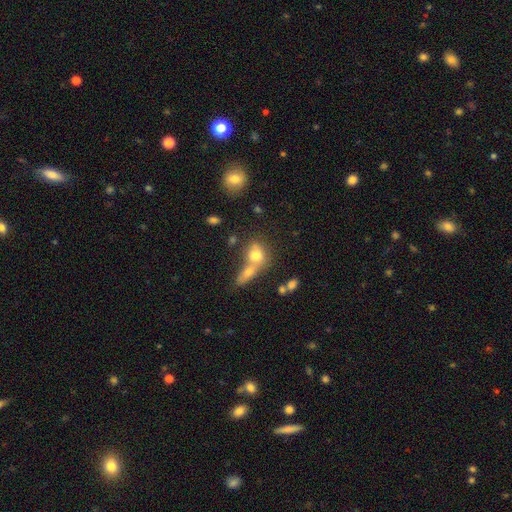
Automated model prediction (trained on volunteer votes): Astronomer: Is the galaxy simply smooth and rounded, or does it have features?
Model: smooth — 74%.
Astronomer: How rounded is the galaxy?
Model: round — 52% (runner-up: in between, 44%).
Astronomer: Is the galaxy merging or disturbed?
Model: merger — 58%.